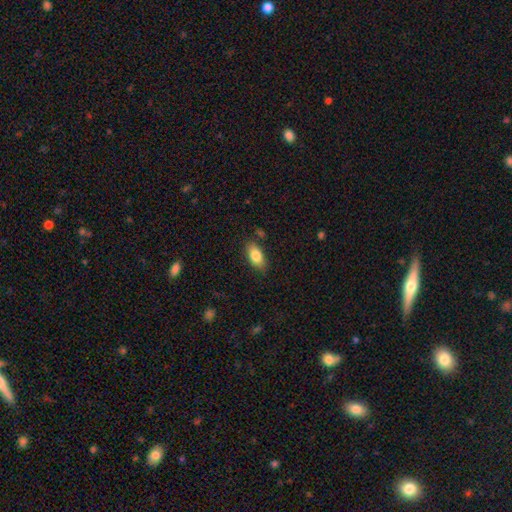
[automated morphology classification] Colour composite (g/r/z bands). It shows a smooth galaxy with no disk features (83%) that is in between round and cigar-shaped (89%). Merging: none (81%).